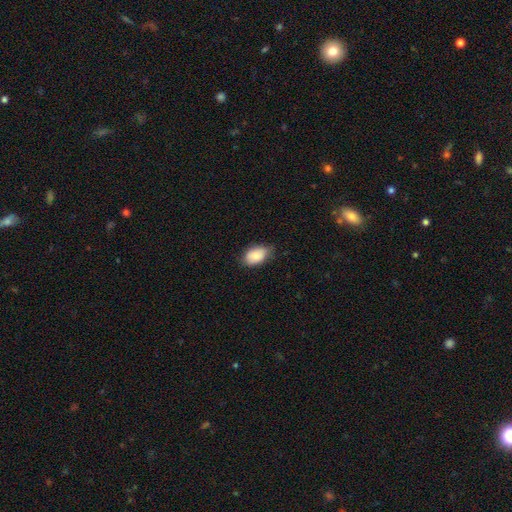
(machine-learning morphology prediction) Overall: smooth (86%). How rounded: in between (89%). Merging: none (72%).